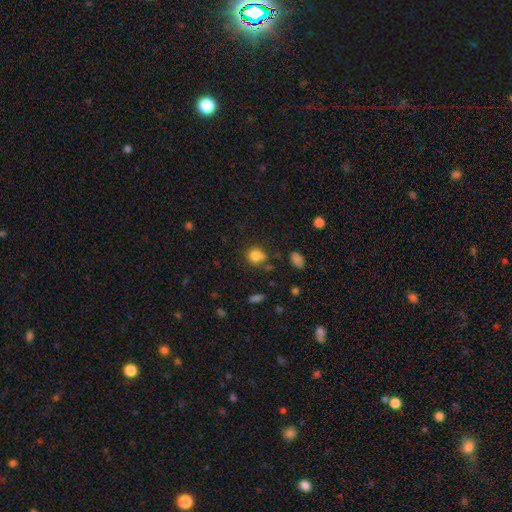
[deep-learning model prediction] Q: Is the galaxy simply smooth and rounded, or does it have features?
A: smooth — 81%.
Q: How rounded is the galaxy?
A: round — 82%.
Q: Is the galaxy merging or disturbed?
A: none — 65%.